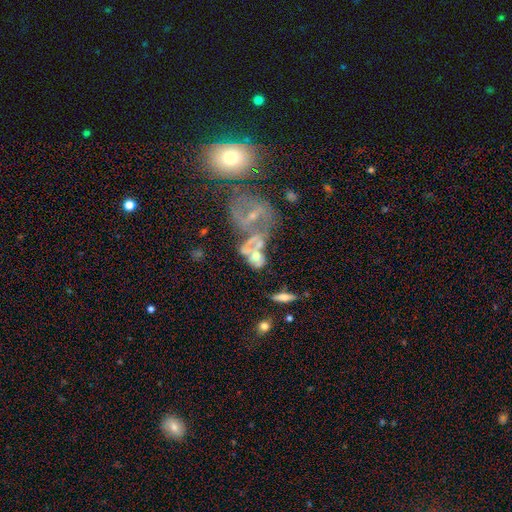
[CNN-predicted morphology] type=featured or disk (51%); edge-on=no (93%); merging=merger (50%).